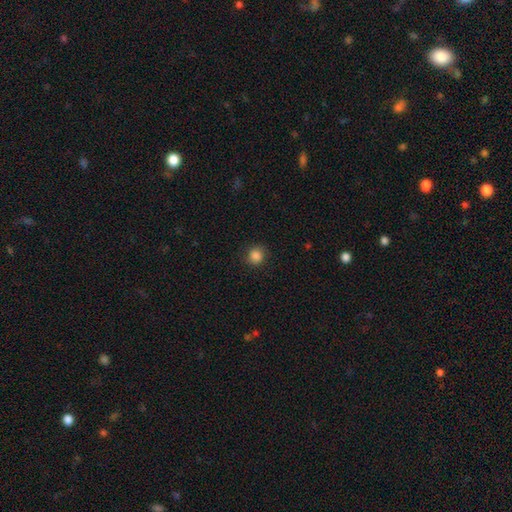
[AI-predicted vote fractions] The model was most divided on "smooth or featured": smooth: 86%, star or artifact: 11%, featured or disk: 3%. More confident: how rounded — round (88%); merging — none (87%).